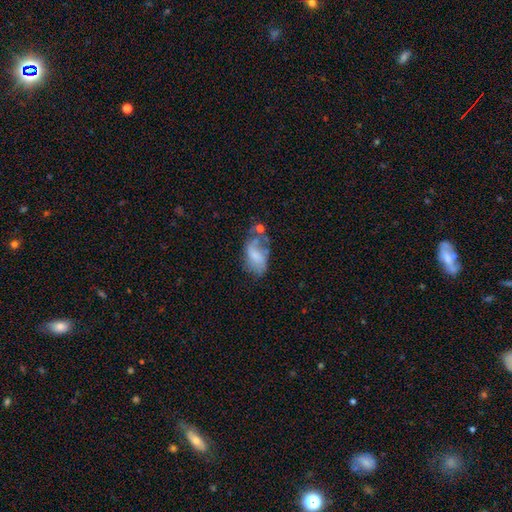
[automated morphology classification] Smooth or featured? Predicted: smooth (p=0.47). Merging? Predicted: major disturbance (p=0.29, tied with none).